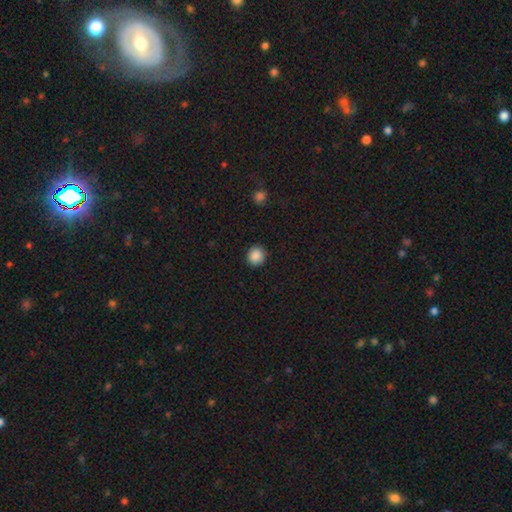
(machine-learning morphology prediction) Smooth or featured? smooth (88%)
How rounded? round (89%)
Merging? none (91%)